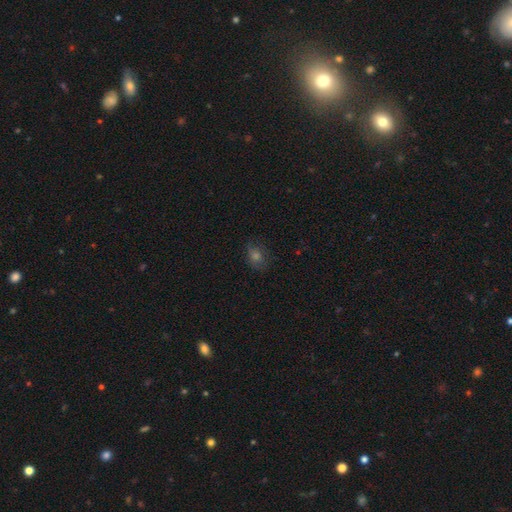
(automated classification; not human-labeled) Smooth or featured: smooth — 57% (star or artifact — 27%)
How rounded: round — 51% (in between — 47%)
Merging: none — 75% (minor disturbance — 17%)